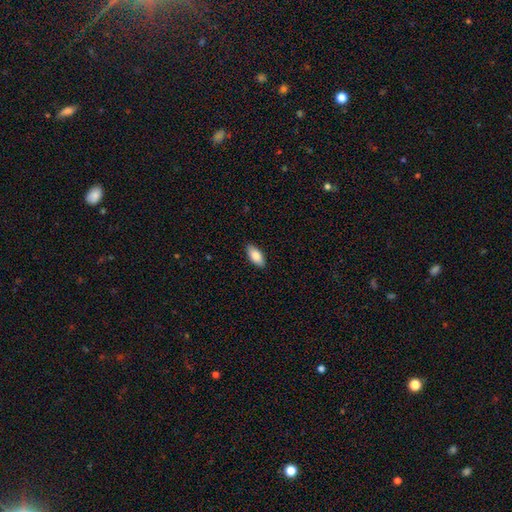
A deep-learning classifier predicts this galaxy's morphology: type=smooth (83%); roundness=in between (87%); merging=none (89%).